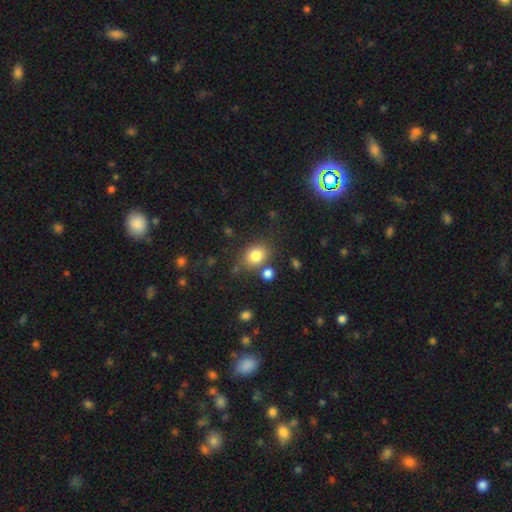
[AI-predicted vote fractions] Smooth or featured? smooth (81%)
How rounded? in between (51%)
Merging? none (70%)